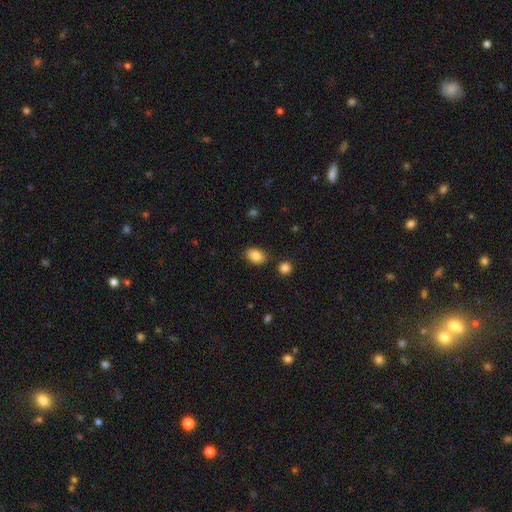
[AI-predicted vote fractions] The model was most divided on "how rounded": in between: 85%, round: 14%, cigar-shaped: 1%. More confident: smooth or featured — smooth (85%); merging — none (82%).